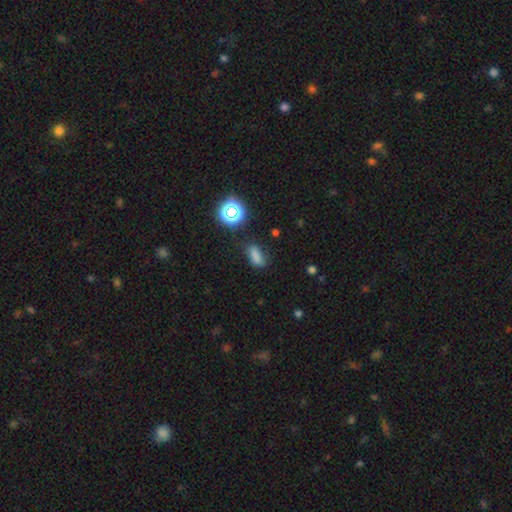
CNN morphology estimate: This appears to be a smooth galaxy with no disk features (74%) that is in between round and cigar-shaped (71%). Merging: none (66%).